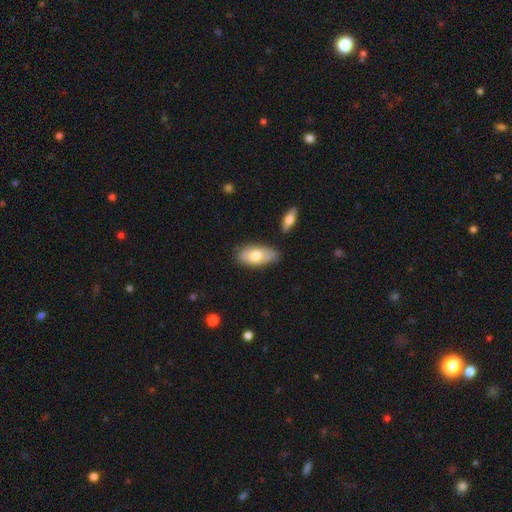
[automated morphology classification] A smooth galaxy with no disk features (71%) that is in between round and cigar-shaped (91%).

Vote fractions:
- Smooth or featured? smooth: 71% / featured or disk: 23% / star or artifact: 6%
- How rounded? in between: 91% / cigar-shaped: 6% / round: 3%
- Merging? none: 73% / minor disturbance: 19% / merger: 5% / major disturbance: 4%